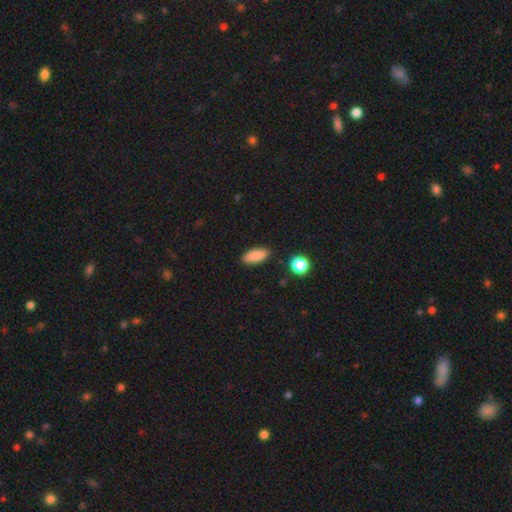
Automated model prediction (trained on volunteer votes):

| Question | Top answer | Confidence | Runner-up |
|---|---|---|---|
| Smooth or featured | smooth | 86% | star or artifact (8%) |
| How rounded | in between | 80% | cigar-shaped (17%) |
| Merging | none | 88% | minor disturbance (9%) |